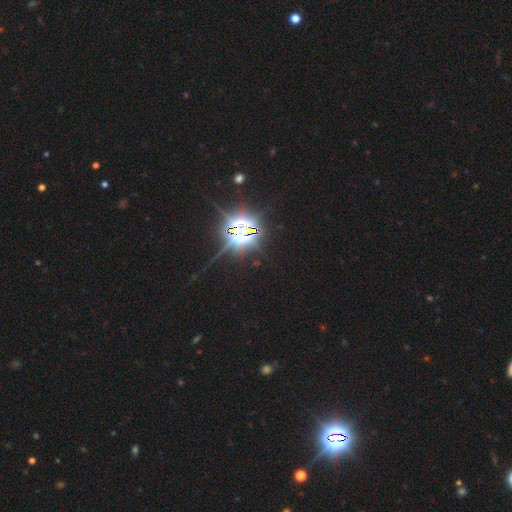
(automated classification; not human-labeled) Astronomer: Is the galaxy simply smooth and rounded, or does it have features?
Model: star or artifact — 83%.